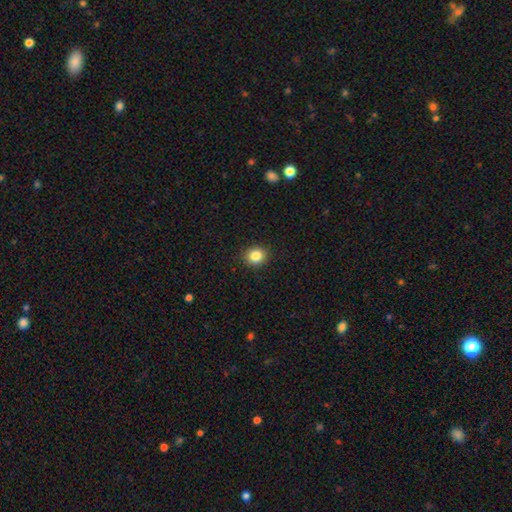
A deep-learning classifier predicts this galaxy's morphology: type=smooth (84%); roundness=round (78%); merging=none (91%).